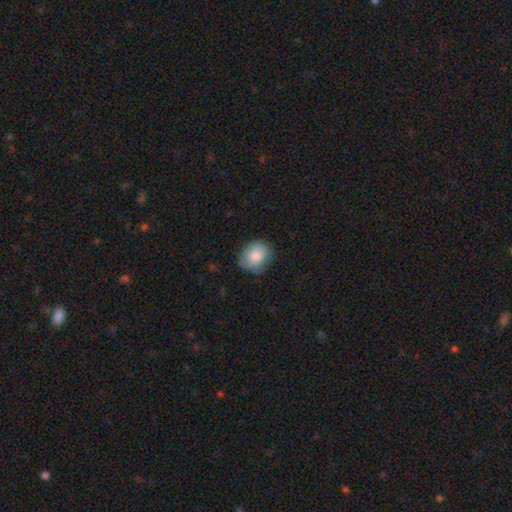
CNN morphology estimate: This appears to be a smooth galaxy with no disk features (81%) that is round (61%). Merging: none (69%).